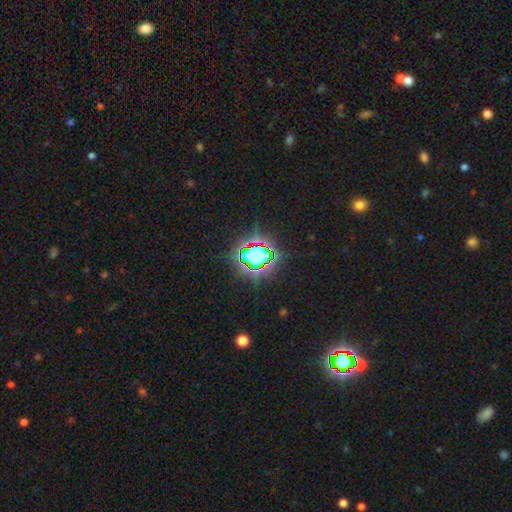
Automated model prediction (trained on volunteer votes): Smooth or featured? Predicted: star or artifact (p=0.70).